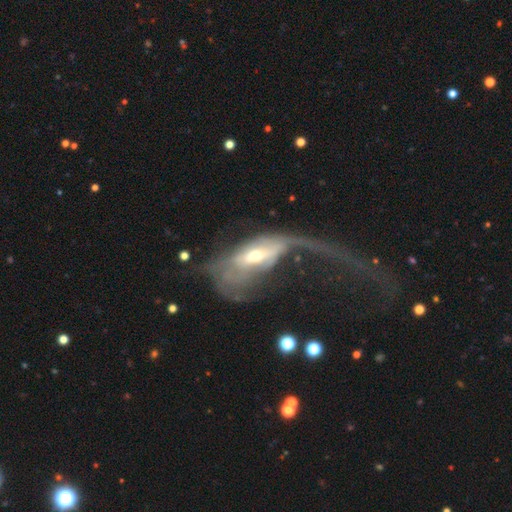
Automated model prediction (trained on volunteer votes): The model was most divided on "bulge size": moderate: 52%, small: 39%, large: 6%, dominant: 1%, none: 1%. Remaining: edge-on disk — no (85%); smooth or featured — featured or disk (66%); merging — major disturbance (66%); spiral arms — yes (58%); bar — no (46%).